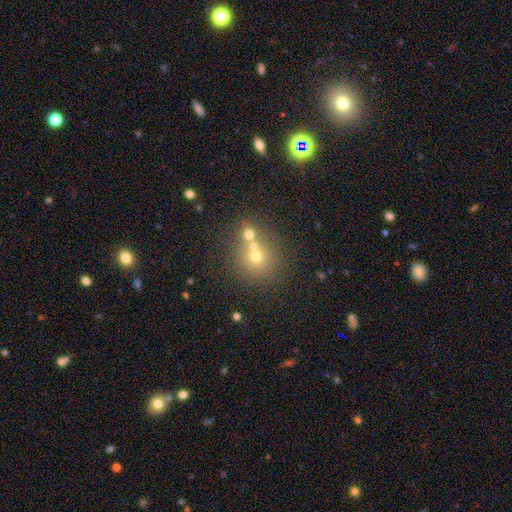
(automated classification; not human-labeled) smooth_or_featured: smooth (p=0.61) [alt: star or artifact p=0.21]
how_rounded: round (p=0.88) [alt: in between p=0.11]
merging: none (p=0.53) [alt: merger p=0.35]